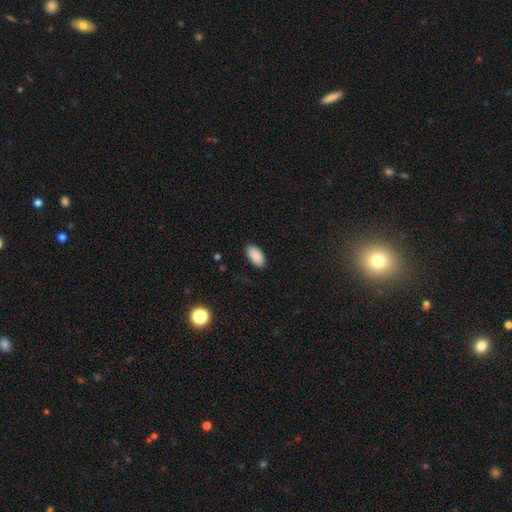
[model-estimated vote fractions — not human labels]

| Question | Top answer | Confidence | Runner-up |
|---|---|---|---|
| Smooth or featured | smooth | 89% | star or artifact (7%) |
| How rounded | in between | 95% | cigar-shaped (3%) |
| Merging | none | 87% | minor disturbance (10%) |